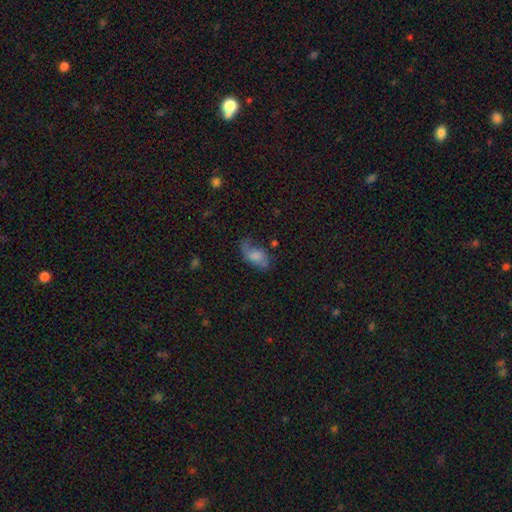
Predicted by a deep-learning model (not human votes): The model was most divided on "merging": none: 46%, minor disturbance: 30%, major disturbance: 21%, merger: 3%. More confident: how rounded — in between (90%); smooth or featured — smooth (61%).